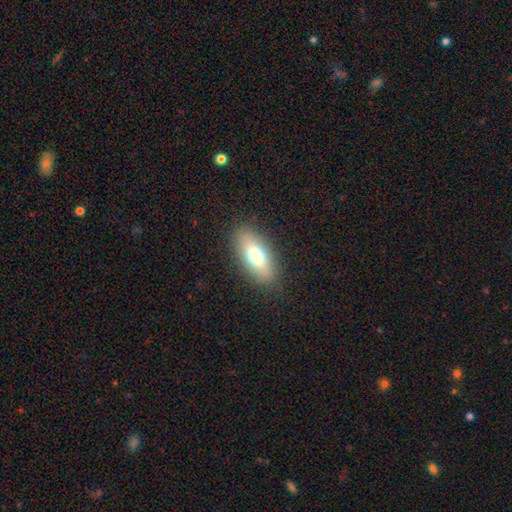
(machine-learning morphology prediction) Q: Smooth or featured?
A: smooth (72%); runner-up: featured or disk (19%)
Q: How rounded?
A: in between (82%); runner-up: cigar-shaped (14%)
Q: Merging?
A: none (86%); runner-up: minor disturbance (10%)